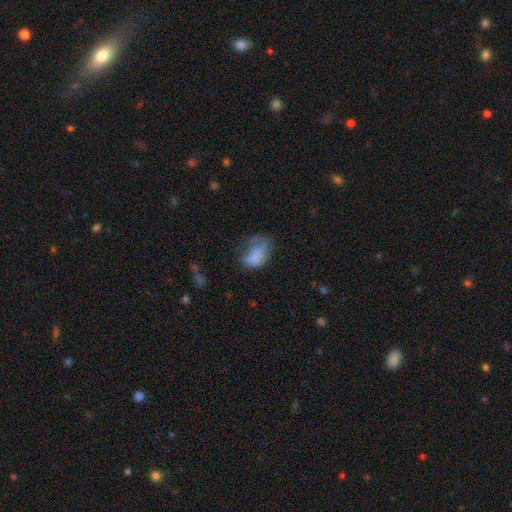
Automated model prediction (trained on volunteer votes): A smooth galaxy with no disk features (60%) that is in between round and cigar-shaped (77%).

Vote fractions:
- Smooth or featured? smooth: 60% / featured or disk: 30% / star or artifact: 11%
- How rounded? in between: 77% / round: 21% / cigar-shaped: 1%
- Merging? major disturbance: 38% / none: 29% / minor disturbance: 27% / merger: 6%